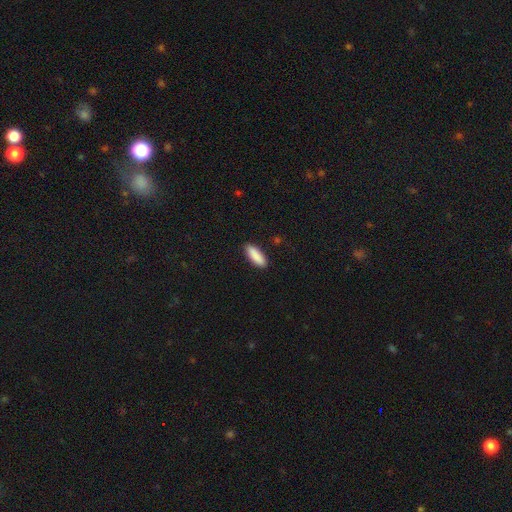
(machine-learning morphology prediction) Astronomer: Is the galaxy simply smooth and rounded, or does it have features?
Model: smooth — 90%.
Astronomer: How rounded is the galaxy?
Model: in between — 58% (runner-up: cigar-shaped, 40%).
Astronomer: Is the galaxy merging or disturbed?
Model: none — 88%.